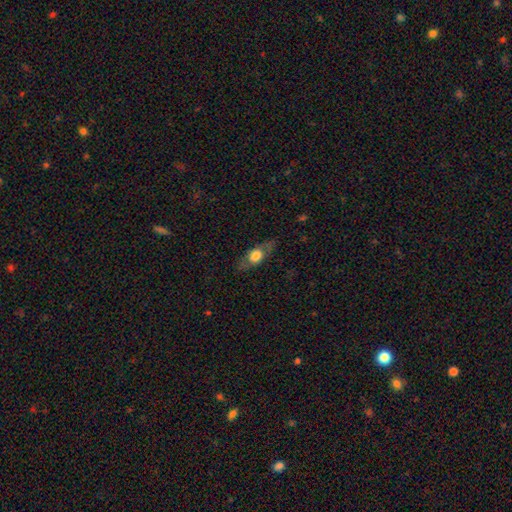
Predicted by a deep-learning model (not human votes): This is possibly a smooth galaxy (51%). How rounded: possibly in between (57%). Merging: likely none (77%).